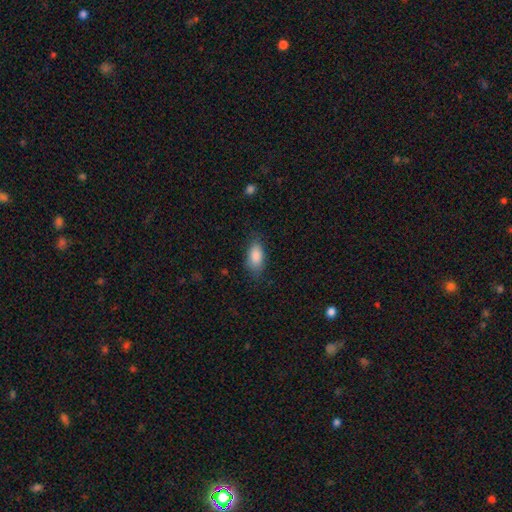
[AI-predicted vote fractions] This is clearly a smooth galaxy (87%). How rounded: clearly in between (90%). Merging: likely none (77%).